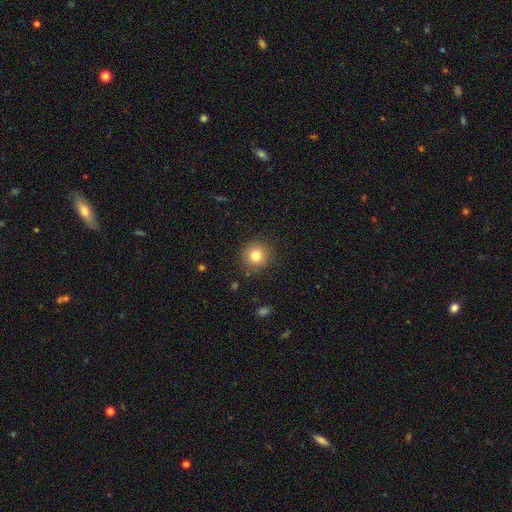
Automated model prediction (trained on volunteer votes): A smooth galaxy with no disk features (80%) that is round (93%). Merging: none (89%).